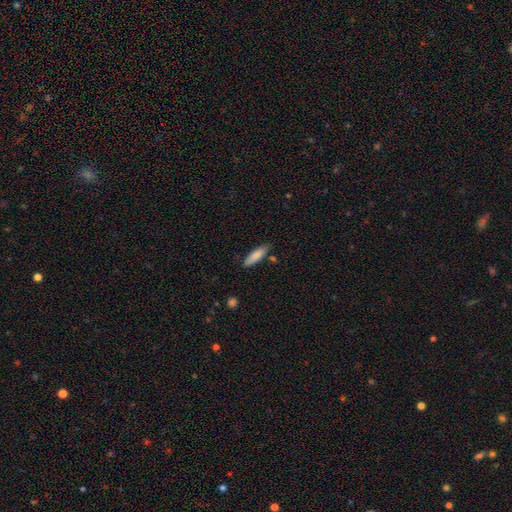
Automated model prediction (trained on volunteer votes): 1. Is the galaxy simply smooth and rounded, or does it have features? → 82% smooth, 12% featured or disk, 6% star or artifact.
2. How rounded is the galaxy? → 66% cigar-shaped, 33% in between, 1% round.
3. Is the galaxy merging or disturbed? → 79% none, 14% minor disturbance, 4% merger, 3% major disturbance.